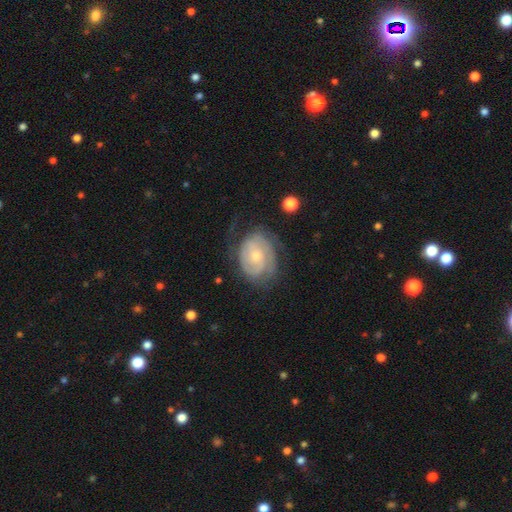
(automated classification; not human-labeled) smooth-or-featured: featured or disk: 77% | smooth: 17% | star or artifact: 5%
  disk-edge-on: no: 97% | yes: 3%
    bar: no: 68% | weak: 27% | strong: 5%
    has-spiral-arms: yes: 89% | no: 11%
      spiral-winding: tight: 60% | medium: 30% | loose: 11%
      spiral-arm-count: 2: 43% | can't tell: 33% | 3: 11% | 1: 7% | 4: 3% | more than 4: 3%
    bulge-size: small: 57% | moderate: 39% | large: 2% | none: 1% | dominant: 1%
  merging: none: 59% | minor disturbance: 24% | major disturbance: 15% | merger: 2%